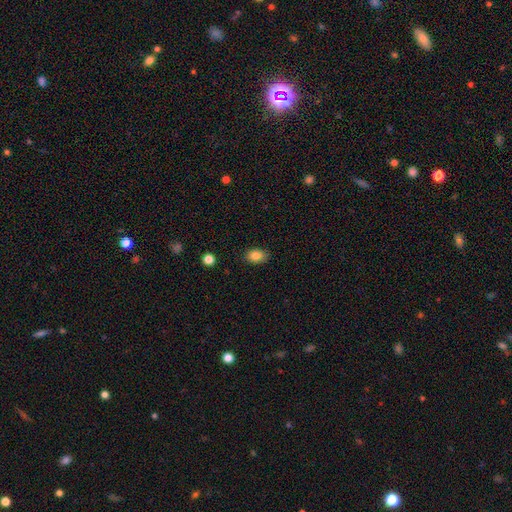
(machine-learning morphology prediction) Overall: smooth (83%). How rounded: in between (80%). Merging: none (85%).